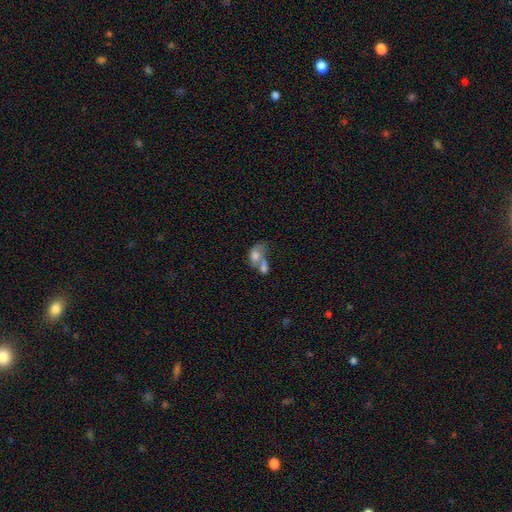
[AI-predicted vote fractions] Q: Smooth or featured?
A: smooth (65%); runner-up: featured or disk (26%)
Q: How rounded?
A: in between (74%); runner-up: round (24%)
Q: Merging?
A: merger (69%); runner-up: none (12%)